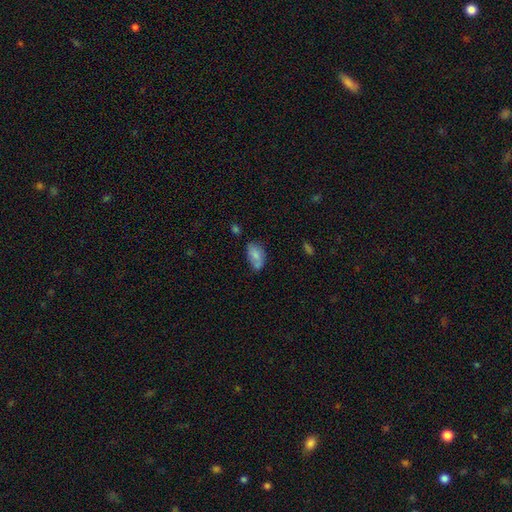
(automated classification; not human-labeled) A smooth galaxy with no disk features (75%) that is in between round and cigar-shaped (92%). Merging: none (49%).